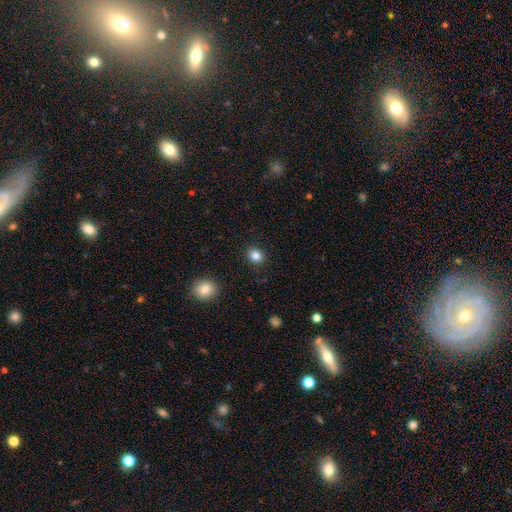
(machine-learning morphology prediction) Smooth or featured? Predicted: smooth (p=0.84). How rounded? Predicted: round (p=0.64). Merging? Predicted: none (p=0.90).